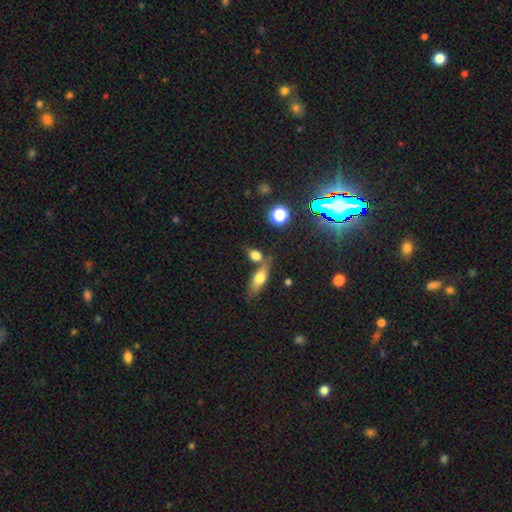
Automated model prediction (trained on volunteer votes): Morphology: type=smooth (69%); roundness=in between (63%); merging=none (54%).